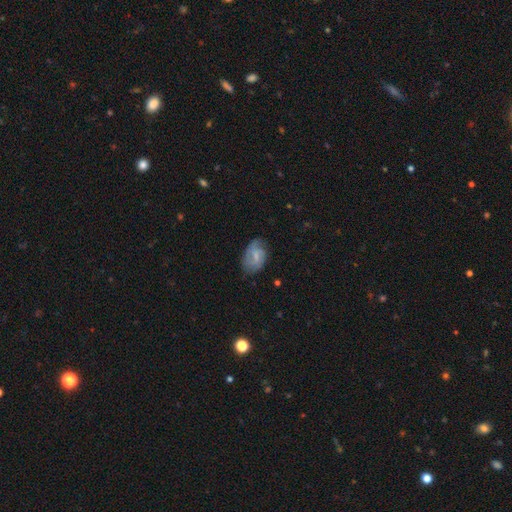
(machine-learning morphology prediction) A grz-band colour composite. It shows a featured or disk galaxy (56%) with a weak bar (56%), spiral arms (85%) and a small central bulge (50%). Merging: none (63%).